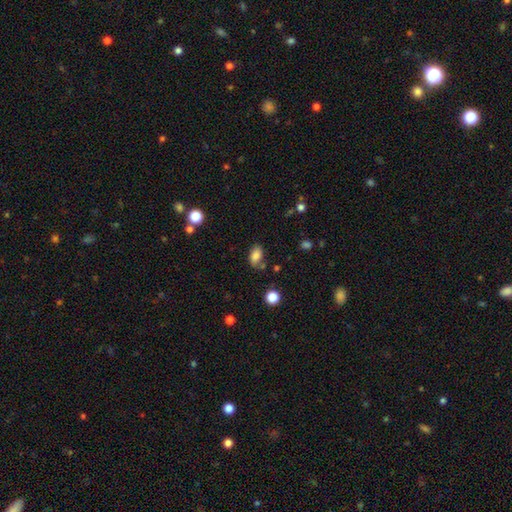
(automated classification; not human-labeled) smooth 81%, star or artifact 10%, featured or disk 8%. Down the decision tree: how rounded — in between (88%); merging — none (63%).